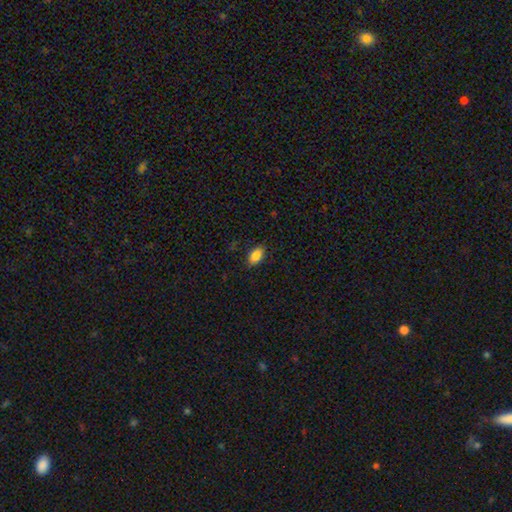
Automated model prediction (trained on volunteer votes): smooth_or_featured: smooth (p=0.87) [alt: star or artifact p=0.08]
how_rounded: in between (p=0.90) [alt: round p=0.08]
merging: none (p=0.84) [alt: minor disturbance p=0.12]